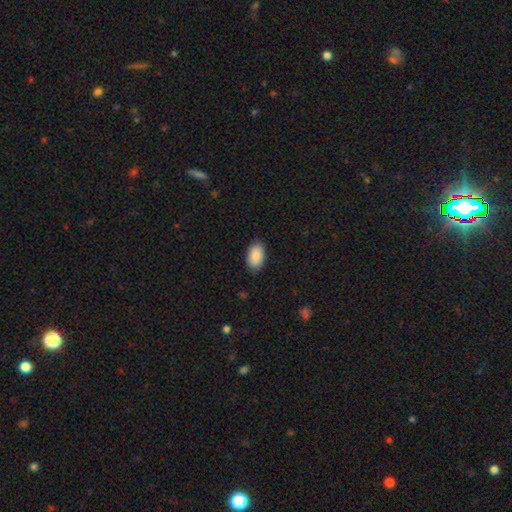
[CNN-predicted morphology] This appears to be a smooth galaxy with no disk features (91%) that is in between round and cigar-shaped (93%). Merging: none (86%).